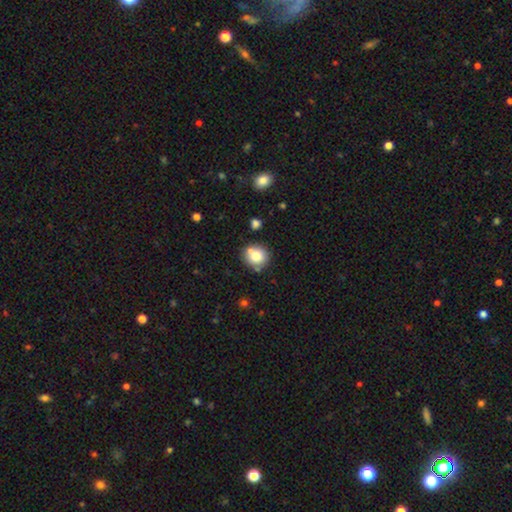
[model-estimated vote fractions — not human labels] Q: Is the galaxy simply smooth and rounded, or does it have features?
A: smooth — 78%.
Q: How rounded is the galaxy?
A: round — 84%.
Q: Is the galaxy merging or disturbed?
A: none — 66%.